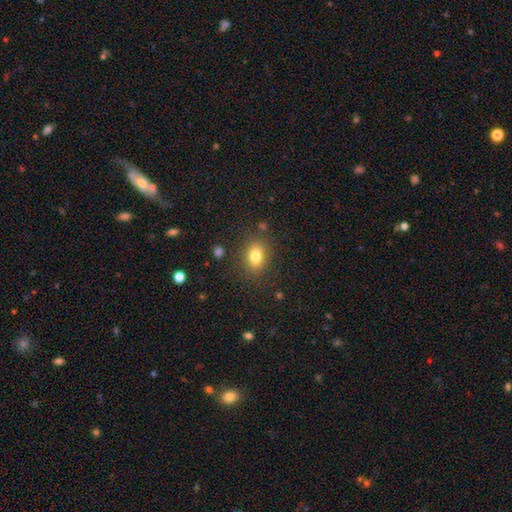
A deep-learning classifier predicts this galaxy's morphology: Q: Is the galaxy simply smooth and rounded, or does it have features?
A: smooth — 80%.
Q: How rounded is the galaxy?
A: in between — 67%.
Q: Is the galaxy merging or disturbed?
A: none — 83%.